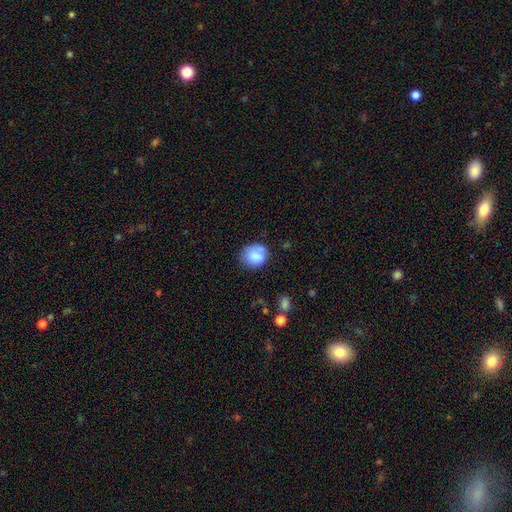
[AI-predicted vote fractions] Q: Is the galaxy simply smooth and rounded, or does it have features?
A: smooth — 81%.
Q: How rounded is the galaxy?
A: round — 73%.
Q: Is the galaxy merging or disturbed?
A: none — 64%.